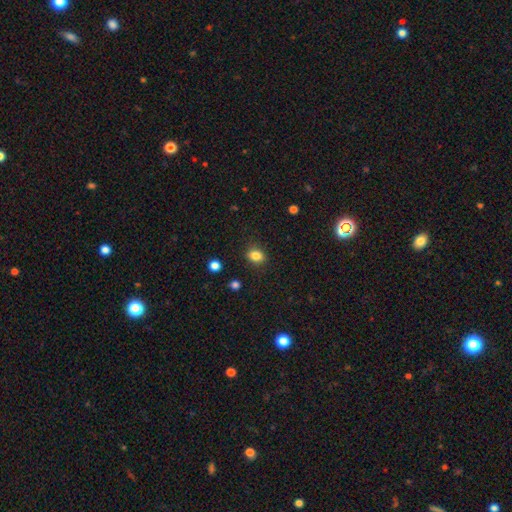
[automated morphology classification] Q: Smooth or featured?
A: smooth (84%); runner-up: star or artifact (11%)
Q: How rounded?
A: in between (60%); runner-up: round (39%)
Q: Merging?
A: none (86%); runner-up: minor disturbance (10%)